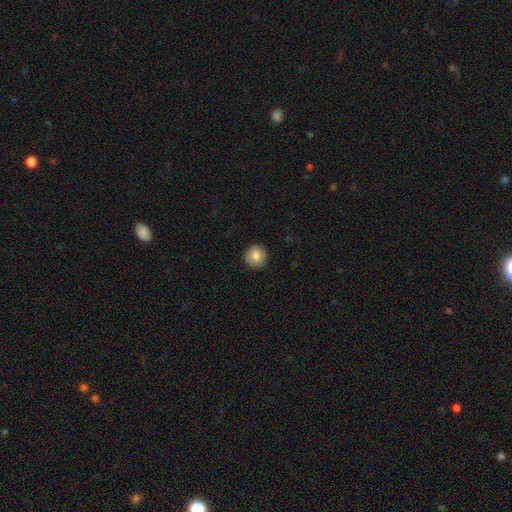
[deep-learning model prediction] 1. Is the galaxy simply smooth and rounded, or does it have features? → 83% smooth, 9% featured or disk, 8% star or artifact.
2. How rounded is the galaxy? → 94% round, 5% in between, 1% cigar-shaped.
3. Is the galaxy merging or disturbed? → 90% none, 7% minor disturbance, 2% major disturbance, 1% merger.